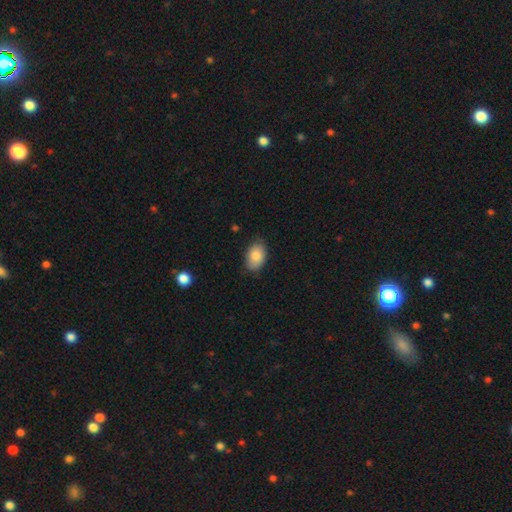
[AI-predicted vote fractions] Smooth or featured: smooth — 84% (featured or disk — 9%)
How rounded: in between — 89% (round — 10%)
Merging: none — 80% (minor disturbance — 17%)